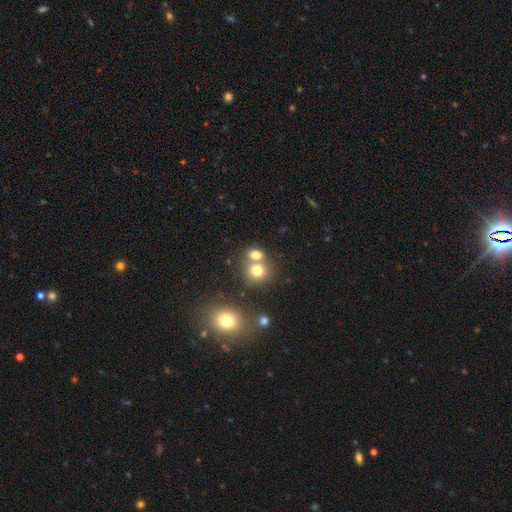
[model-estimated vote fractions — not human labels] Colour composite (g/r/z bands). It shows a smooth galaxy with no disk features (75%) that is round (57%). Merging: merger (49%).